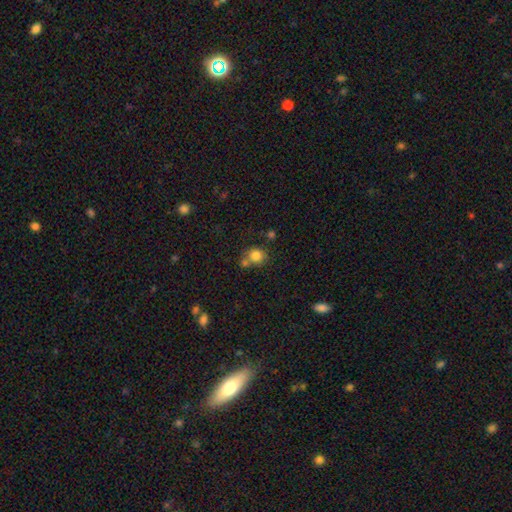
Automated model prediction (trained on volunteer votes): smooth-or-featured: smooth: 81% | star or artifact: 11% | featured or disk: 8%
  how-rounded: round: 82% | in between: 17% | cigar-shaped: 1%
  merging: none: 56% | merger: 29% | minor disturbance: 11% | major disturbance: 4%